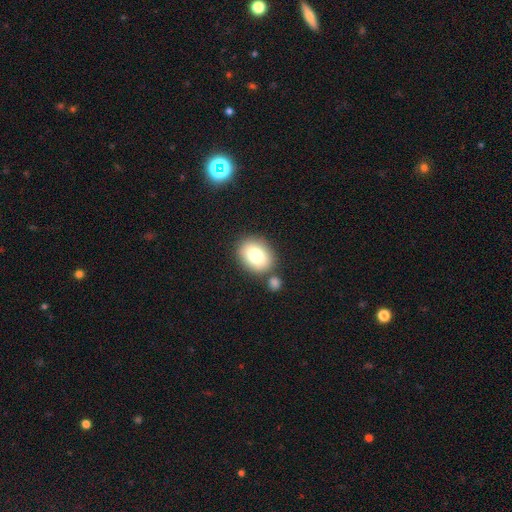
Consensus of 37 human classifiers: smooth_or_featured: smooth (p=0.81) [alt: featured or disk p=0.14]
how_rounded: round (p=0.57) [alt: in between p=0.43]
merging: none (p=0.54) [alt: merger p=0.26]